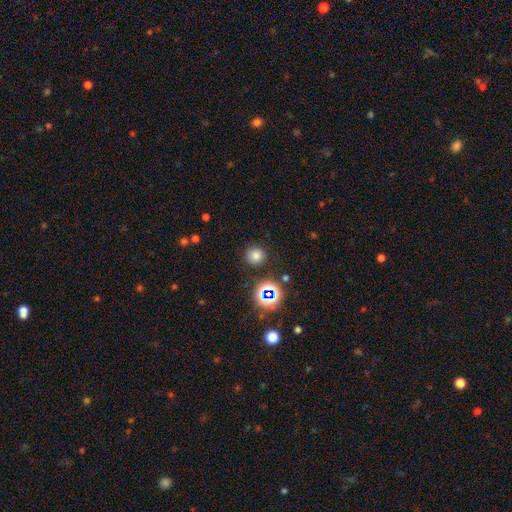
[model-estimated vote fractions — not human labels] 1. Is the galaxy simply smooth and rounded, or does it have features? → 74% smooth, 20% star or artifact, 6% featured or disk.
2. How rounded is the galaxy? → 93% round, 6% in between, 1% cigar-shaped.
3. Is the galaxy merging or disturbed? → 88% none, 7% minor disturbance, 3% major disturbance, 2% merger.